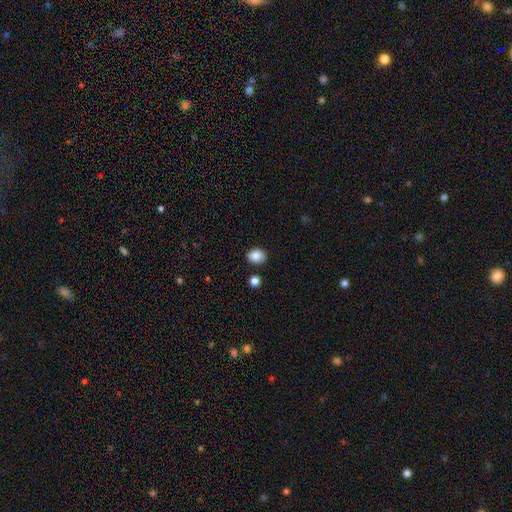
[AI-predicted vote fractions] Smooth or featured?
  - smooth: 87% *
  - star or artifact: 9%
  - featured or disk: 4%
How rounded?
  - in between: 52% *
  - round: 47%
  - cigar-shaped: 1%
Merging?
  - none: 81% *
  - minor disturbance: 12%
  - merger: 3%
  - major disturbance: 3%